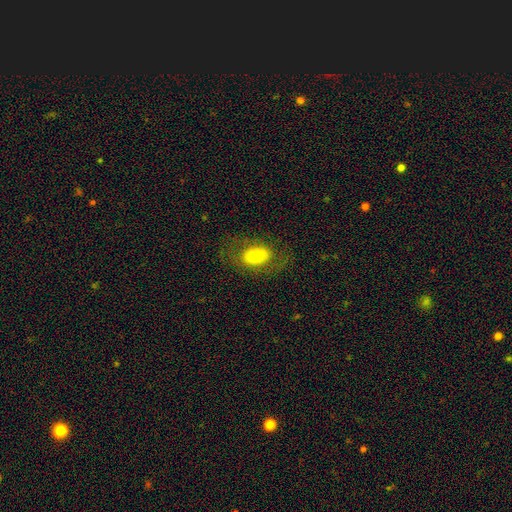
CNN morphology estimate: A smooth galaxy with no disk features (61%) that is in between round and cigar-shaped (80%).

Vote fractions:
- Smooth or featured? smooth: 61% / featured or disk: 31% / star or artifact: 8%
- How rounded? in between: 80% / round: 19% / cigar-shaped: 1%
- Merging? none: 73% / minor disturbance: 14% / major disturbance: 12% / merger: 1%